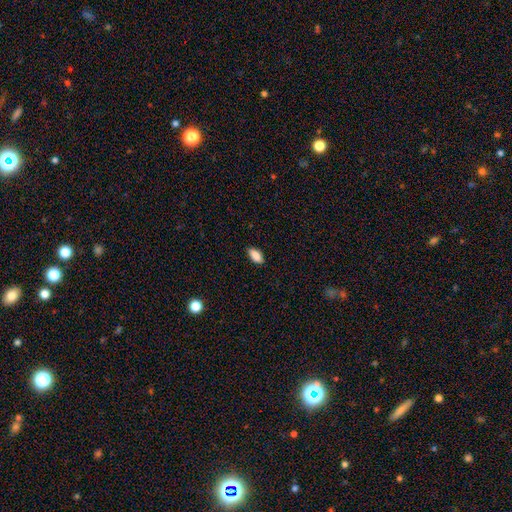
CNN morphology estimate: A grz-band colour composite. It shows a smooth galaxy with no disk features (88%) that is in between round and cigar-shaped (89%). Merging: none (87%).